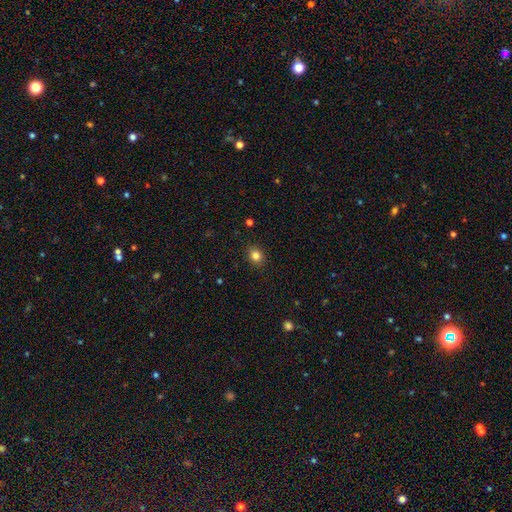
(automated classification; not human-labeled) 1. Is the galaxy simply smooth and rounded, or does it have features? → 82% smooth, 12% star or artifact, 5% featured or disk.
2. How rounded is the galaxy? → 70% round, 29% in between, 1% cigar-shaped.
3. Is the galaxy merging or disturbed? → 90% none, 7% minor disturbance, 2% major disturbance, 1% merger.